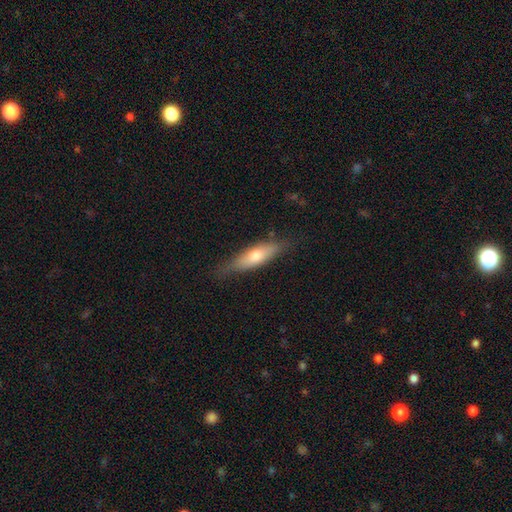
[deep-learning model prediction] smooth_or_featured: smooth (p=0.59) [alt: featured or disk p=0.35]
how_rounded: cigar-shaped (p=0.60) [alt: in between p=0.38]
merging: none (p=0.77) [alt: minor disturbance p=0.18]